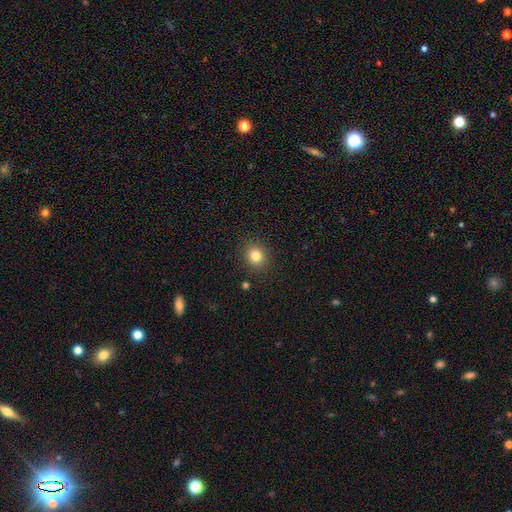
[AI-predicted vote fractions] smooth_or_featured: smooth (p=0.82) [alt: star or artifact p=0.12]
how_rounded: round (p=0.78) [alt: in between p=0.21]
merging: none (p=0.89) [alt: minor disturbance p=0.07]